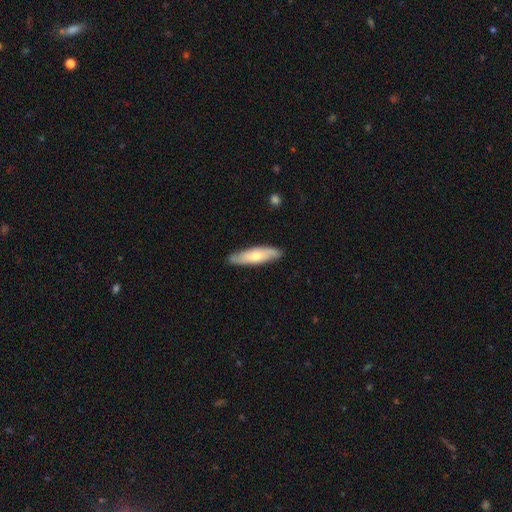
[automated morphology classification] type=smooth (50%); roundness=cigar-shaped (67%); merging=none (86%).